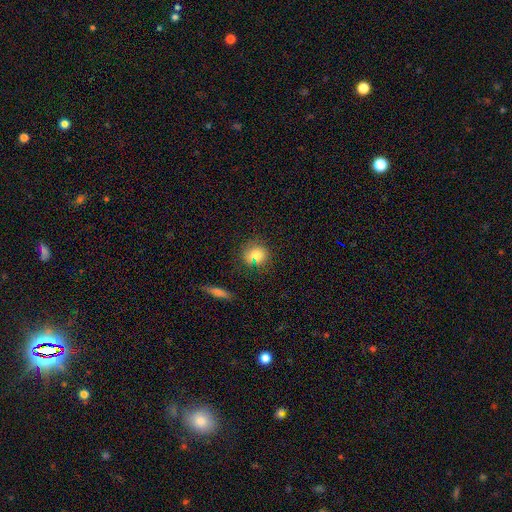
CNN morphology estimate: smooth_or_featured: smooth (p=0.79) [alt: star or artifact p=0.12]
how_rounded: round (p=0.79) [alt: in between p=0.19]
merging: none (p=0.75) [alt: minor disturbance p=0.14]